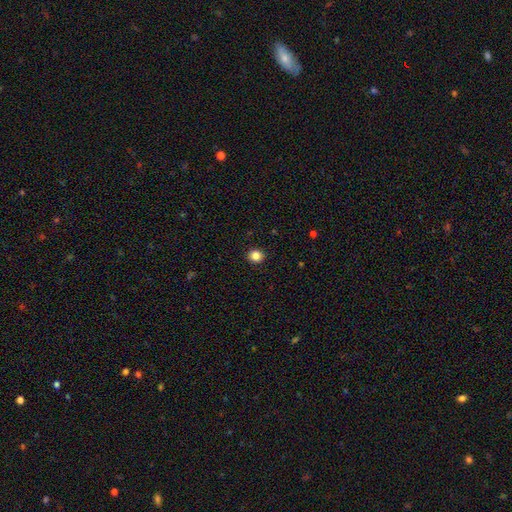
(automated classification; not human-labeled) A smooth galaxy with no disk features (85%) that is round (84%). Merging: none (92%).